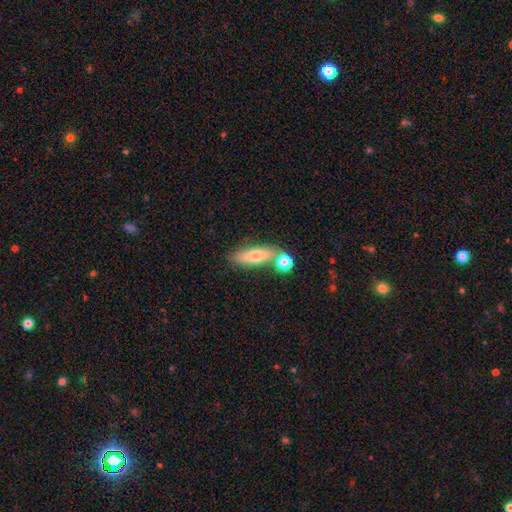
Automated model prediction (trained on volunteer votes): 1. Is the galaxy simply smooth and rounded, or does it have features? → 69% smooth, 23% featured or disk, 8% star or artifact.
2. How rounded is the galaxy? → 51% cigar-shaped, 44% in between, 5% round.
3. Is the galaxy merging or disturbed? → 64% none, 19% merger, 13% minor disturbance, 4% major disturbance.